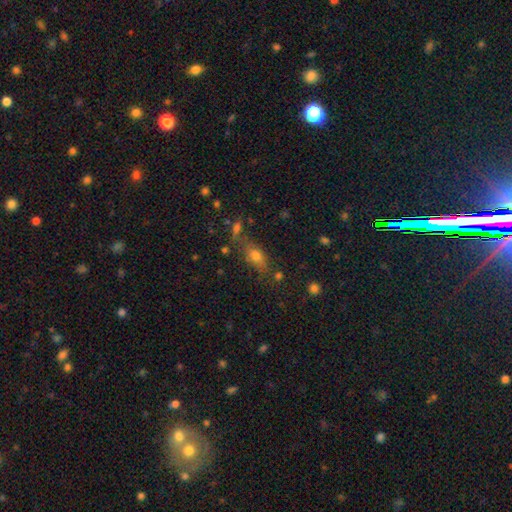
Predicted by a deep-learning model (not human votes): Smooth or featured: smooth — 66% (featured or disk — 18%)
How rounded: in between — 72% (cigar-shaped — 15%)
Merging: none — 66% (minor disturbance — 16%)